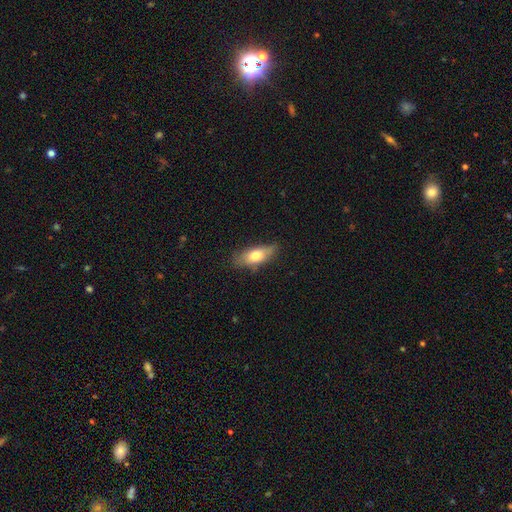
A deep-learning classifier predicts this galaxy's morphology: smooth 68%, featured or disk 25%, star or artifact 7%. Down the decision tree: how rounded — in between (75%); merging — none (70%).